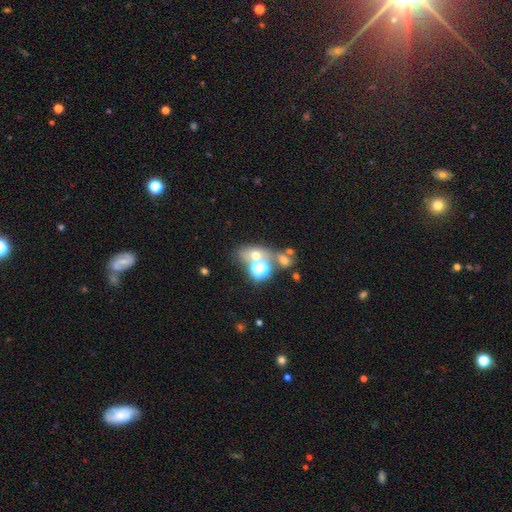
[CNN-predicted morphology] smooth_or_featured: smooth (p=0.52) [alt: star or artifact p=0.30]
how_rounded: round (p=0.50) [alt: in between p=0.46]
merging: none (p=0.44) [alt: merger p=0.38]